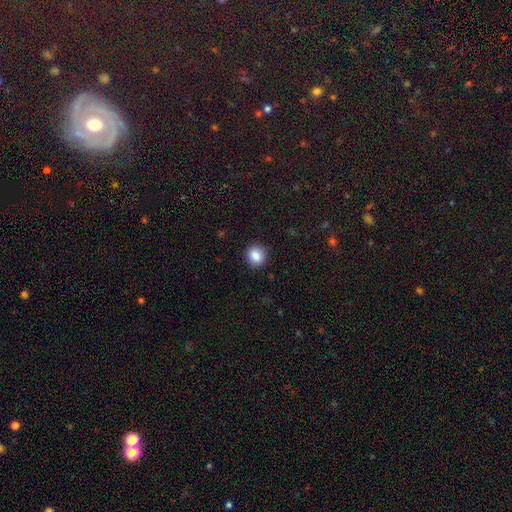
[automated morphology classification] Smooth or featured?
  - smooth: 87% *
  - star or artifact: 9%
  - featured or disk: 4%
How rounded?
  - round: 82% *
  - in between: 17%
  - cigar-shaped: 1%
Merging?
  - none: 90% *
  - minor disturbance: 7%
  - major disturbance: 2%
  - merger: 1%